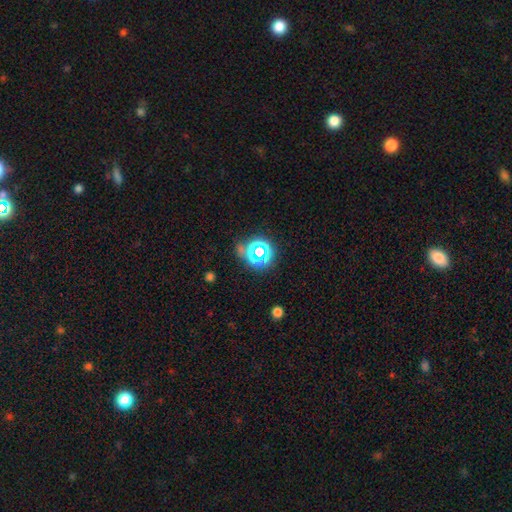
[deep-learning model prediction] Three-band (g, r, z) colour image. It shows a star or artifact, not a galaxy (59%).